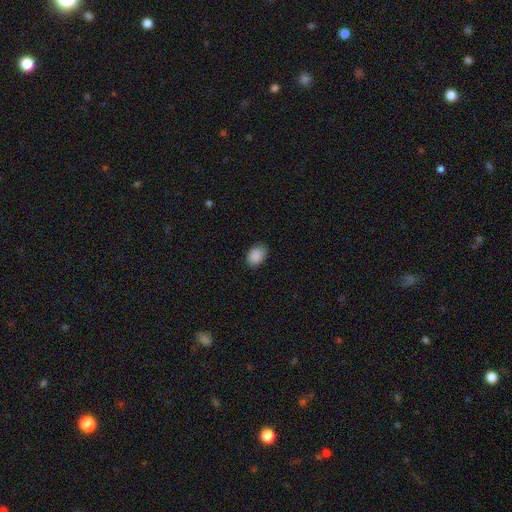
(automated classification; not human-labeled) Morphology: type=smooth (90%); roundness=in between (77%); merging=none (83%).